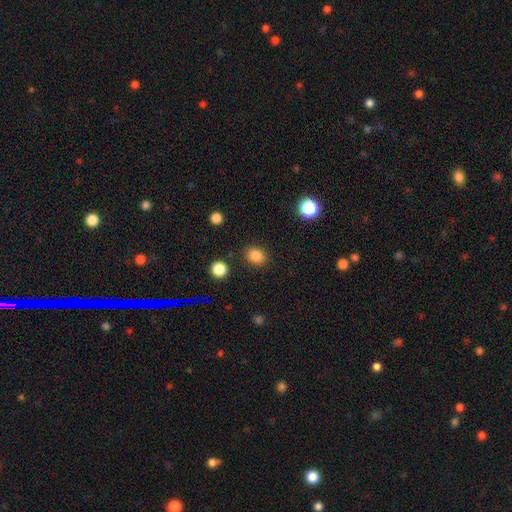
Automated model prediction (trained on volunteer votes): Smooth or featured: smooth — 85% (star or artifact — 12%)
How rounded: round — 54% (in between — 45%)
Merging: none — 86% (minor disturbance — 9%)